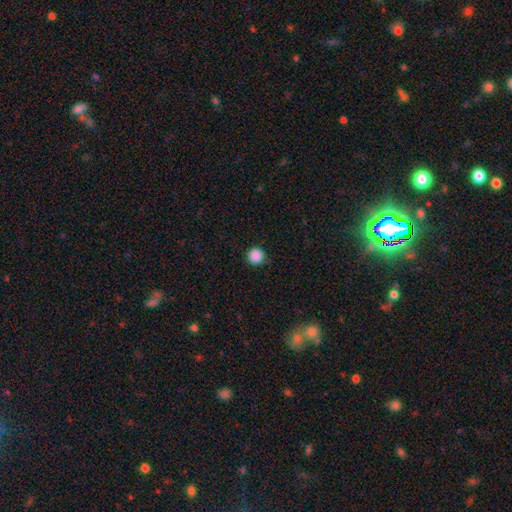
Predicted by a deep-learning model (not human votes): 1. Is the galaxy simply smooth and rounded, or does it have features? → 88% smooth, 10% star or artifact, 2% featured or disk.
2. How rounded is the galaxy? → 96% round, 3% in between, 1% cigar-shaped.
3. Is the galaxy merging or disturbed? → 90% none, 7% minor disturbance, 2% major disturbance, 1% merger.